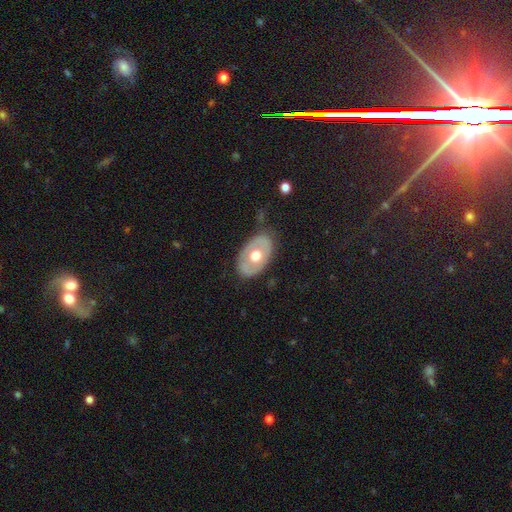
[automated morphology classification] This appears to be a smooth galaxy with no disk features (48%). Merging: none (76%).